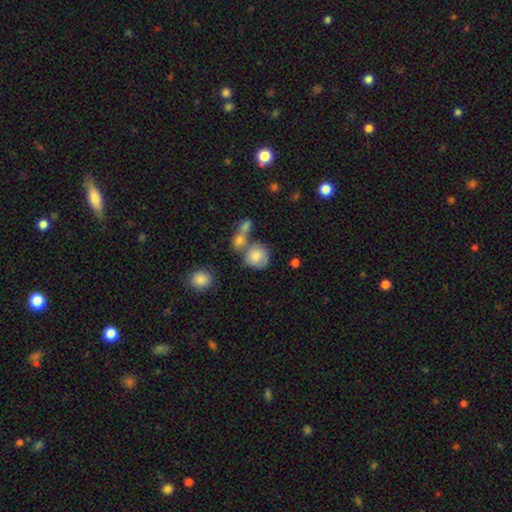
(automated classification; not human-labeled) Smooth or featured? smooth (74%)
How rounded? round (78%)
Merging? none (44%)